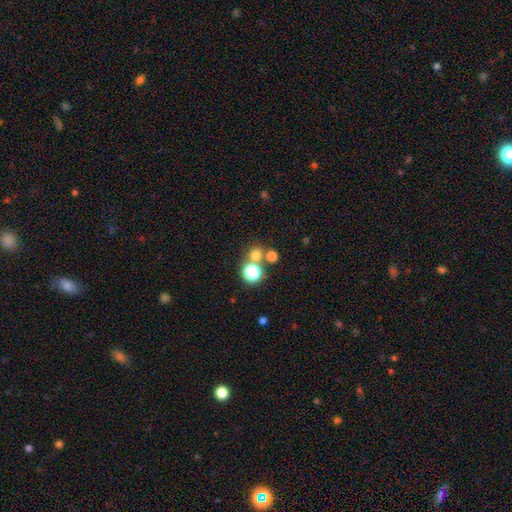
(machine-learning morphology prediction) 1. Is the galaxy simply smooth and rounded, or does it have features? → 67% smooth, 25% star or artifact, 8% featured or disk.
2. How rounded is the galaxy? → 89% round, 10% in between, 1% cigar-shaped.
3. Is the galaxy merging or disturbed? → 65% none, 25% merger, 6% minor disturbance, 3% major disturbance.